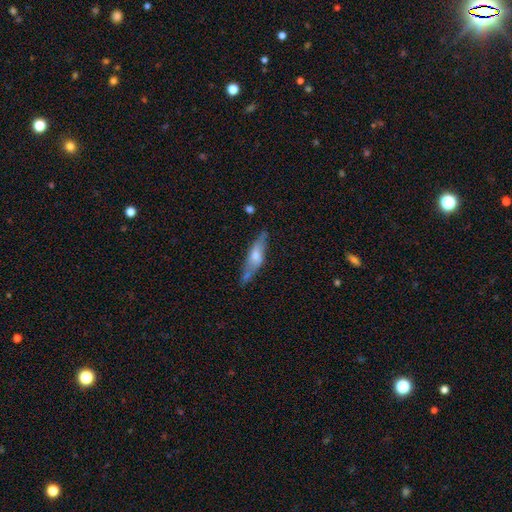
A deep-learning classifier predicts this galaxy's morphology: smooth-or-featured: featured or disk: 48% | smooth: 46% | star or artifact: 6%
  merging: none: 65% | minor disturbance: 23% | major disturbance: 6% | merger: 6%